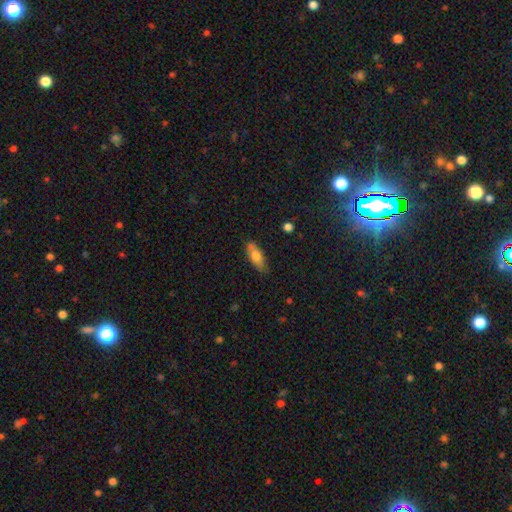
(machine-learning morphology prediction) smooth 73%, featured or disk 20%, star or artifact 7%. Down the decision tree: how rounded — in between (69%); merging — none (70%).